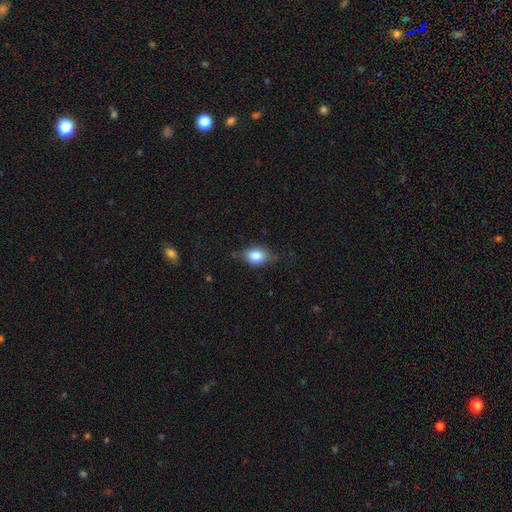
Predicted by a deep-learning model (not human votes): The model was most divided on "how rounded": in between: 69%, round: 29%, cigar-shaped: 2%. More confident: smooth or featured — smooth (82%); merging — none (68%).